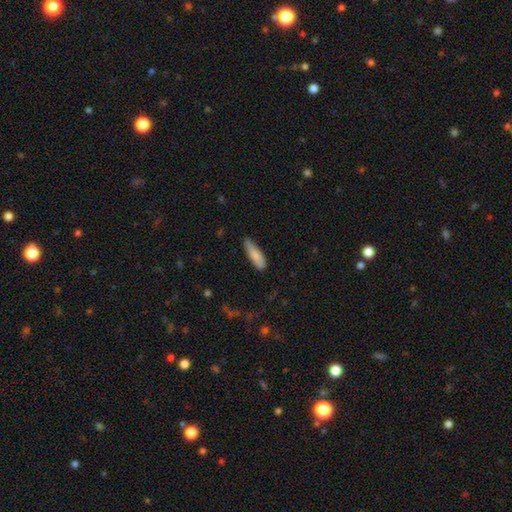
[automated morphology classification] Overall: smooth (83%). How rounded: cigar-shaped (56%; in between 42%). Merging: none (72%).